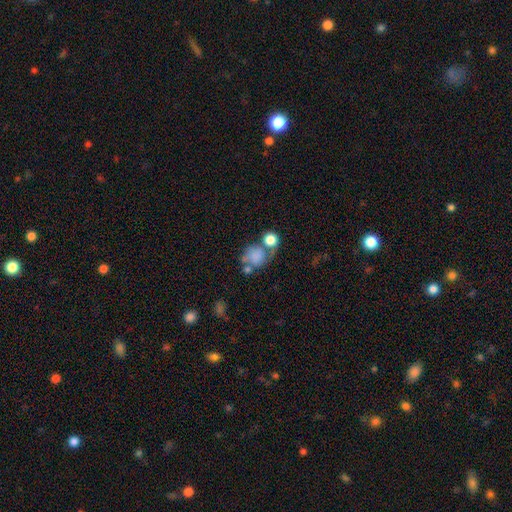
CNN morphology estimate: A smooth galaxy with no disk features (72%) that is round (73%). Merging: merger (37%).